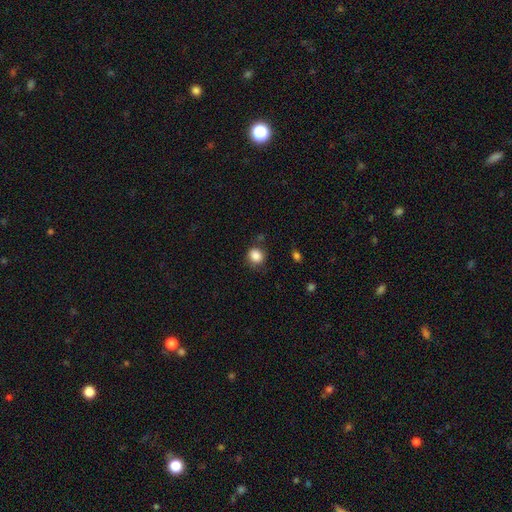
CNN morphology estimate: This is clearly a smooth galaxy (86%). How rounded: clearly round (81%). Merging: likely none (75%).